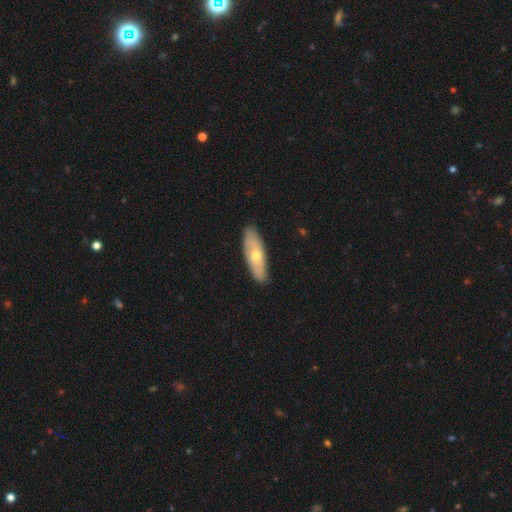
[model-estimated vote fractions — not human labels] smooth_or_featured: smooth (p=0.52) [alt: featured or disk p=0.42]
how_rounded: in between (p=0.51) [alt: cigar-shaped p=0.46]
merging: none (p=0.87) [alt: minor disturbance p=0.10]